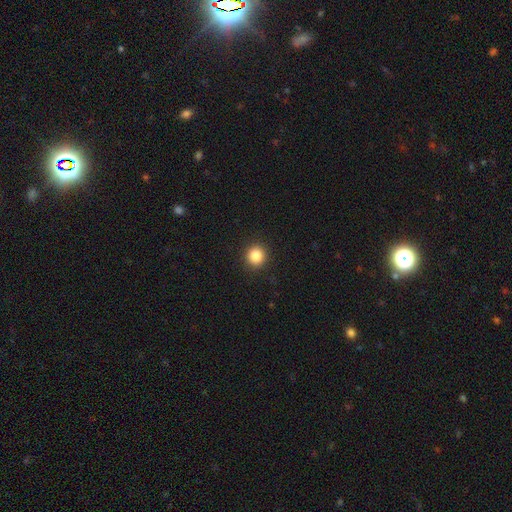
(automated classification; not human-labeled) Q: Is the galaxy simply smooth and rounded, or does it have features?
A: smooth — 85%.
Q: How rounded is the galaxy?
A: round — 93%.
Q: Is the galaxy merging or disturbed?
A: none — 93%.